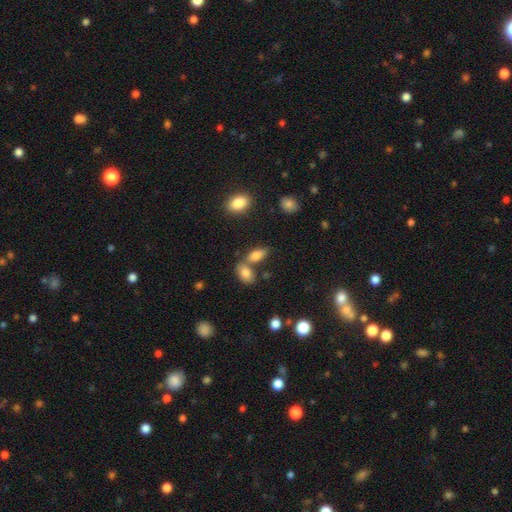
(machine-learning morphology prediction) smooth 79%, featured or disk 12%, star or artifact 9%. Down the decision tree: how rounded — in between (85%); merging — none (49%).